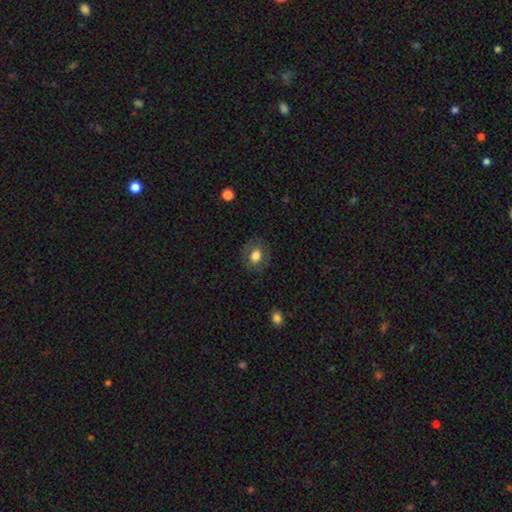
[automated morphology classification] Overall: smooth (69%). How rounded: in between (51%; round 48%). Merging: none (82%).